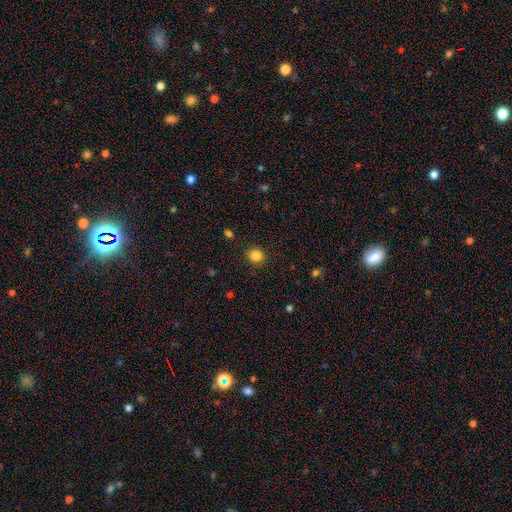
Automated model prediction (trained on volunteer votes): smooth 84%, star or artifact 11%, featured or disk 4%. Down the decision tree: how rounded — round (83%); merging — none (89%).